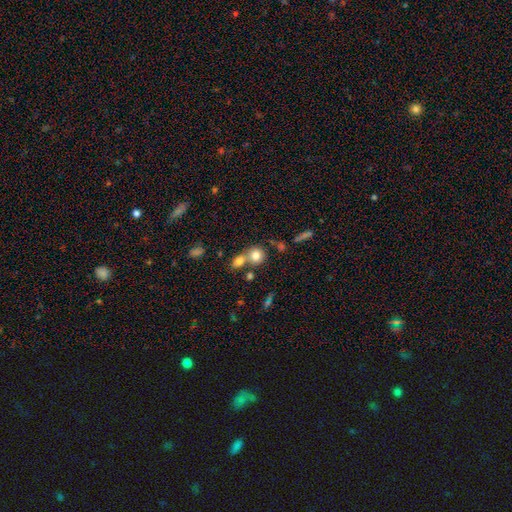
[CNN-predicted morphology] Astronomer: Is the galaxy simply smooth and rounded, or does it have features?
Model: smooth — 78%.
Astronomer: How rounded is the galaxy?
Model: round — 81%.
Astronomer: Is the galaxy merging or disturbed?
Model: none — 46% (runner-up: merger, 42%).